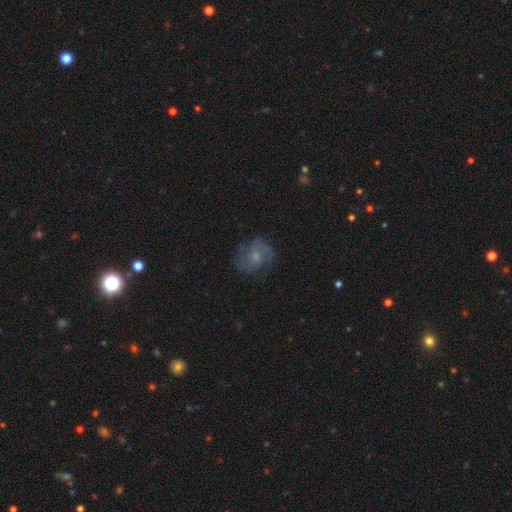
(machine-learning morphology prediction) This appears to be a featured or disk galaxy (63%) with no bar (65%), 2 (66%) medium (49%) spiral arms (86%) and a small central bulge (57%). Merging: none (68%).